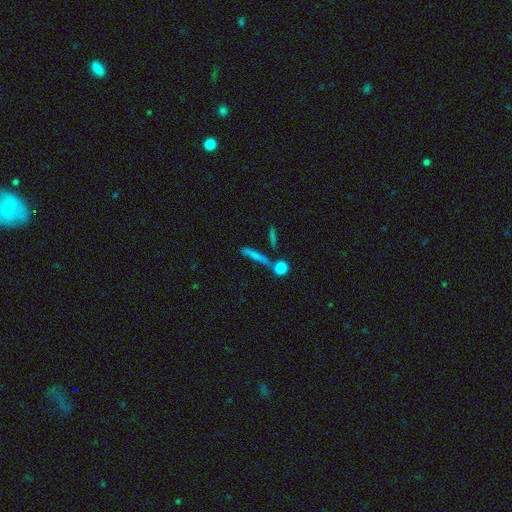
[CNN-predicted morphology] A smooth galaxy with no disk features (64%) that is cigar-shaped (73%). Merging: none (65%).